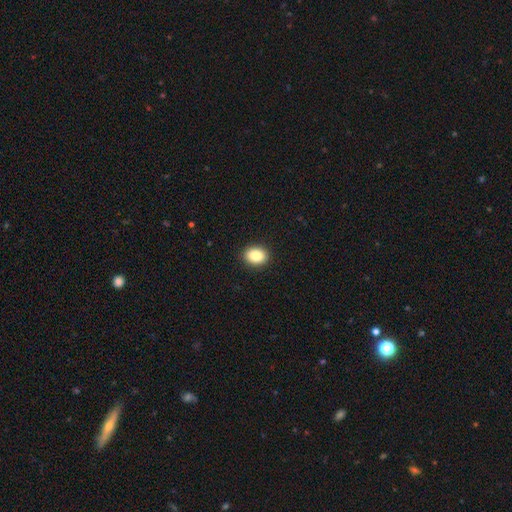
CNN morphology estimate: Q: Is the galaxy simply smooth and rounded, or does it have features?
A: smooth — 86%.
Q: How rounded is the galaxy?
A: in between — 57%.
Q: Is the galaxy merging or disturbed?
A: none — 91%.